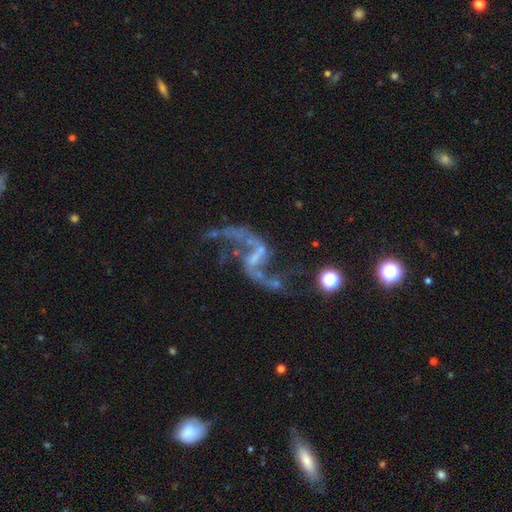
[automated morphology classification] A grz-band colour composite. It shows a featured or disk galaxy (89%) with a weak bar (45%), 2 (94%) loose (90%) spiral arms (95%) and no central bulge (51%). Merging: none (54%).